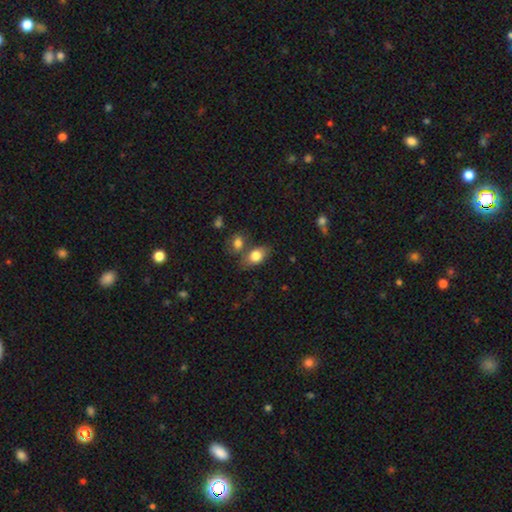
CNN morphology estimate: Smooth or featured: smooth — 81% (featured or disk — 11%)
How rounded: in between — 82% (round — 16%)
Merging: none — 56% (merger — 24%)